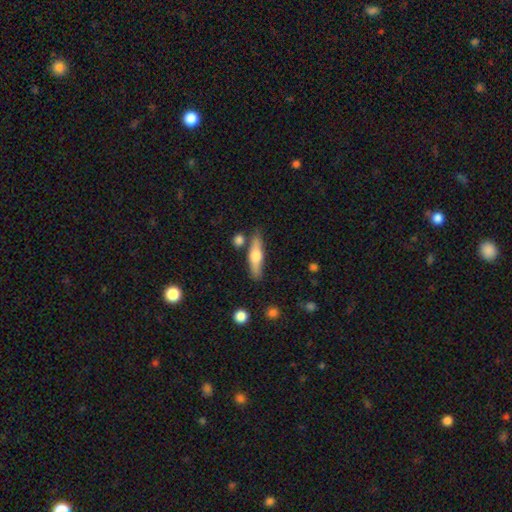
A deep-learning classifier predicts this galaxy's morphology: smooth_or_featured: smooth (p=0.53) [alt: featured or disk p=0.41]
how_rounded: cigar-shaped (p=0.67) [alt: in between p=0.30]
merging: none (p=0.75) [alt: minor disturbance p=0.13]